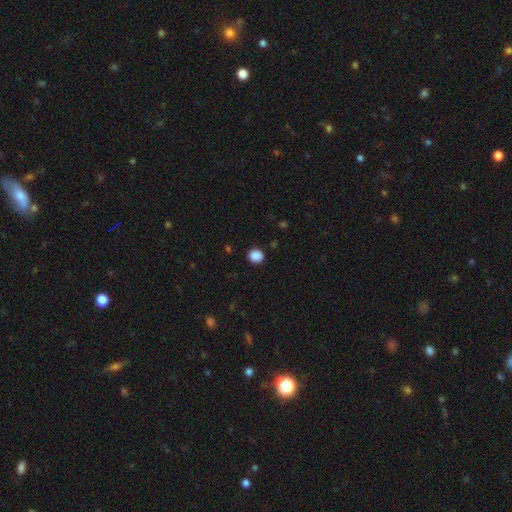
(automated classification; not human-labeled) A smooth galaxy with no disk features (88%) that is round (79%). Merging: none (88%).